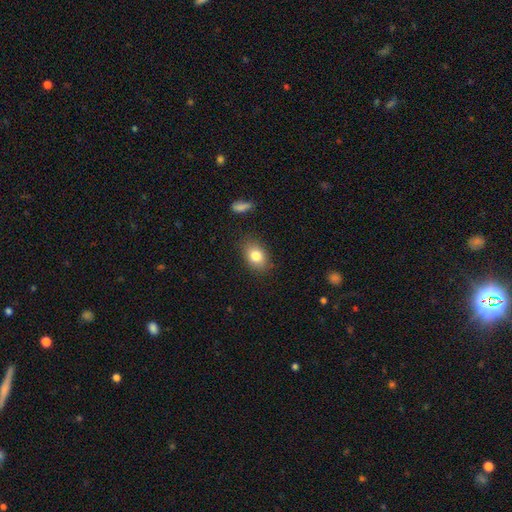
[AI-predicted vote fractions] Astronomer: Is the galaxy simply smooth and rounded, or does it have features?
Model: smooth — 81%.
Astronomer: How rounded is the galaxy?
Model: in between — 76%.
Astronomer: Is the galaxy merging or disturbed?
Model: none — 83%.